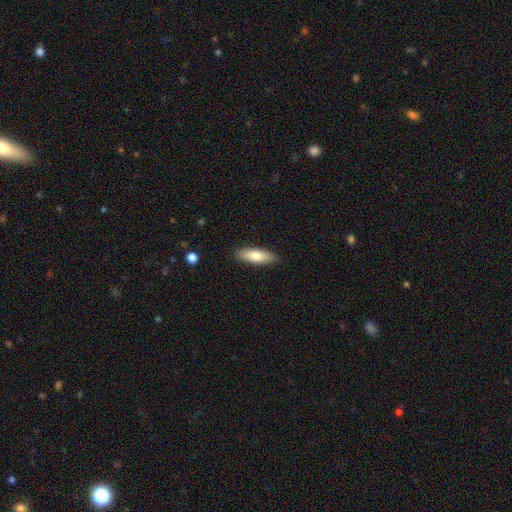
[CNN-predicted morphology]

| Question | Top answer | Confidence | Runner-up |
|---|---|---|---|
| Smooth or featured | smooth | 76% | featured or disk (19%) |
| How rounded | cigar-shaped | 50% | in between (48%) |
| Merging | none | 88% | minor disturbance (9%) |